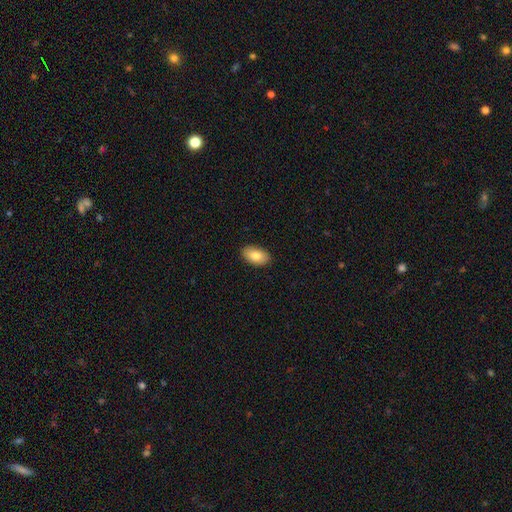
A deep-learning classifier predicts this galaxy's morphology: smooth 83%, featured or disk 11%, star or artifact 7%. Down the decision tree: how rounded — in between (94%); merging — none (89%).